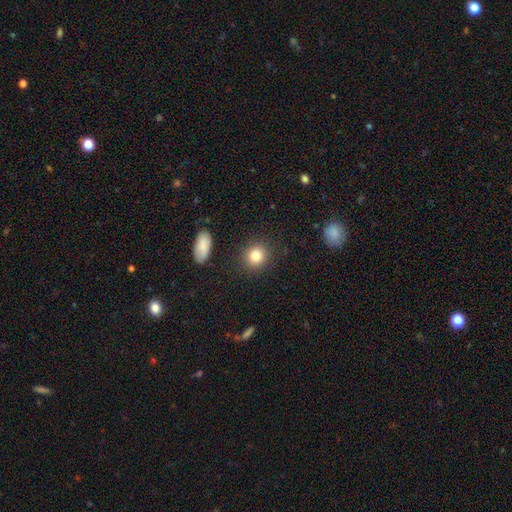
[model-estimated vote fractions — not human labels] Q: Smooth or featured?
A: smooth (83%); runner-up: star or artifact (11%)
Q: How rounded?
A: round (84%); runner-up: in between (15%)
Q: Merging?
A: none (88%); runner-up: minor disturbance (7%)